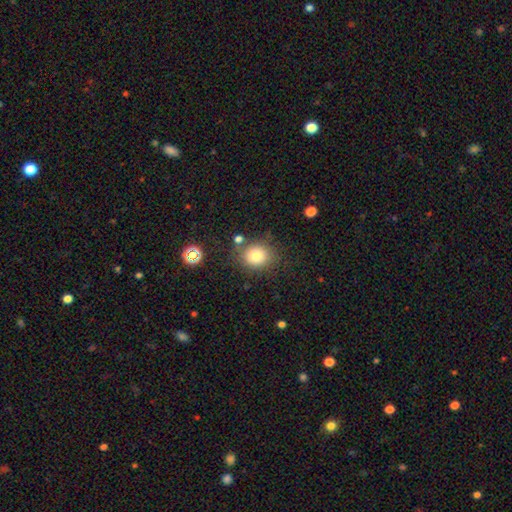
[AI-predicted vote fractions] Smooth or featured?
  - smooth: 78% *
  - star or artifact: 13%
  - featured or disk: 9%
How rounded?
  - round: 74% *
  - in between: 25%
  - cigar-shaped: 1%
Merging?
  - none: 74% *
  - minor disturbance: 14%
  - merger: 7%
  - major disturbance: 5%